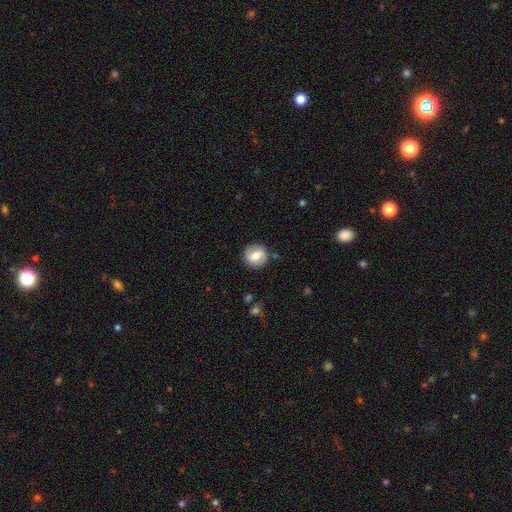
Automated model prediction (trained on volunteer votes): smooth 70%, featured or disk 22%, star or artifact 8%. Down the decision tree: how rounded — round (90%); merging — none (86%).